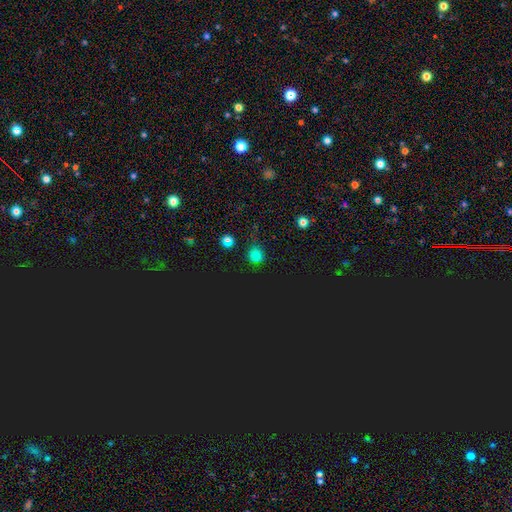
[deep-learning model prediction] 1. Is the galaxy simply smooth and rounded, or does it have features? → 64% smooth, 32% star or artifact, 5% featured or disk.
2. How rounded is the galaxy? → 90% round, 9% in between, 1% cigar-shaped.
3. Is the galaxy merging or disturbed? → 77% none, 14% minor disturbance, 5% major disturbance, 3% merger.